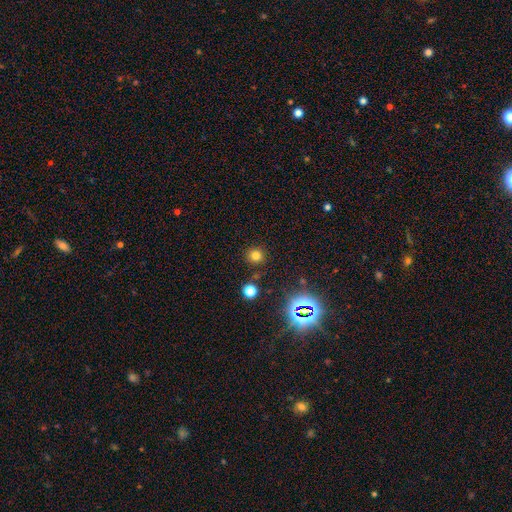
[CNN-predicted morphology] smooth-or-featured: smooth: 73% | star or artifact: 21% | featured or disk: 6%
  how-rounded: round: 93% | in between: 6% | cigar-shaped: 1%
  merging: none: 87% | minor disturbance: 7% | merger: 4% | major disturbance: 3%